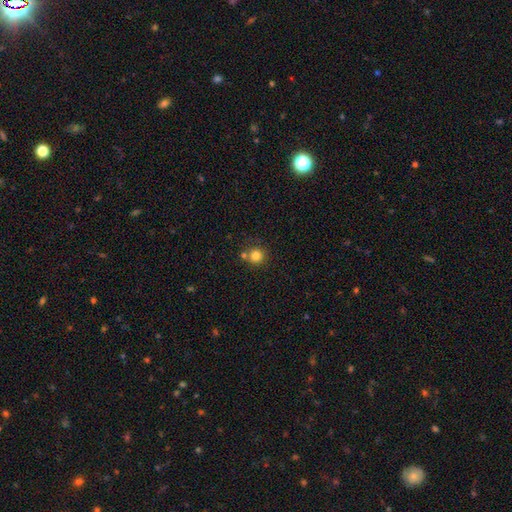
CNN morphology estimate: Smooth or featured? Predicted: smooth (p=0.82). How rounded? Predicted: round (p=0.92). Merging? Predicted: none (p=0.68).